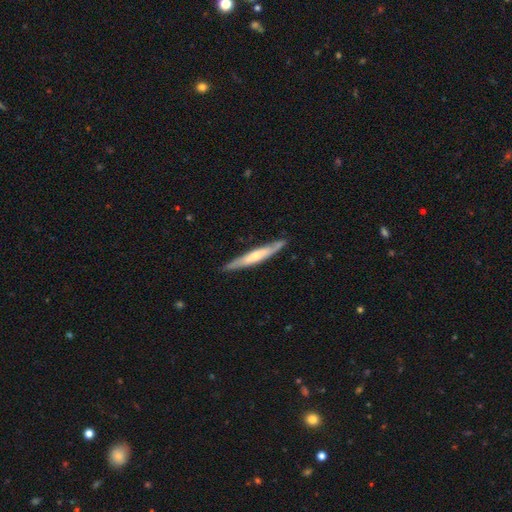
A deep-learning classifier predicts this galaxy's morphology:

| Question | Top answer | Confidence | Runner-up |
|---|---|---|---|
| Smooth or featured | featured or disk | 56% | smooth (39%) |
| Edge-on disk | yes | 87% | no (13%) |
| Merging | none | 85% | minor disturbance (12%) |